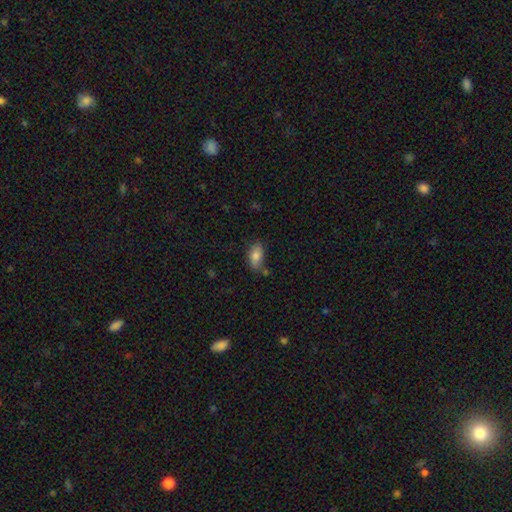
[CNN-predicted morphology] A smooth galaxy with no disk features (81%) that is in between round and cigar-shaped (91%). Merging: none (61%).